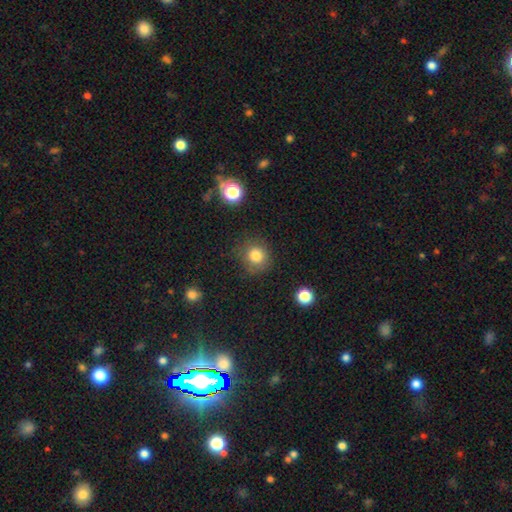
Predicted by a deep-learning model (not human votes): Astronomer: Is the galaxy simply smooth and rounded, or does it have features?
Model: smooth — 81%.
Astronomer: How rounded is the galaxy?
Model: round — 87%.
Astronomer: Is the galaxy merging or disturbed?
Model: none — 80%.